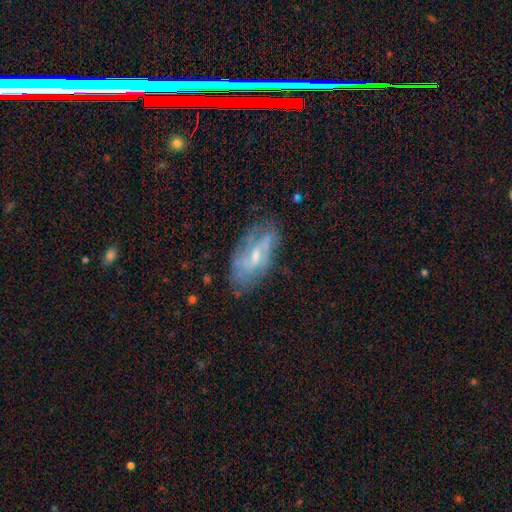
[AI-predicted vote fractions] This is likely a featured or disk galaxy (65%). It is clearly not viewed edge-on (88%). Bar: possibly weak (47%). Spiral arm pattern: likely yes (68%). Central bulge: possibly small (48%). Merging: likely none (61%).